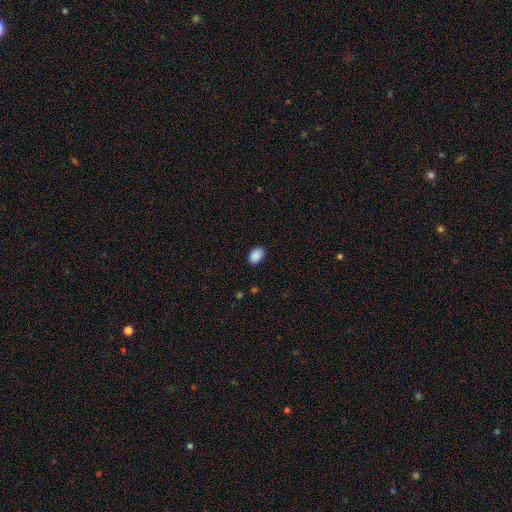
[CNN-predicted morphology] smooth_or_featured: smooth (p=0.89) [alt: star or artifact p=0.08]
how_rounded: in between (p=0.86) [alt: round p=0.13]
merging: none (p=0.88) [alt: minor disturbance p=0.09]